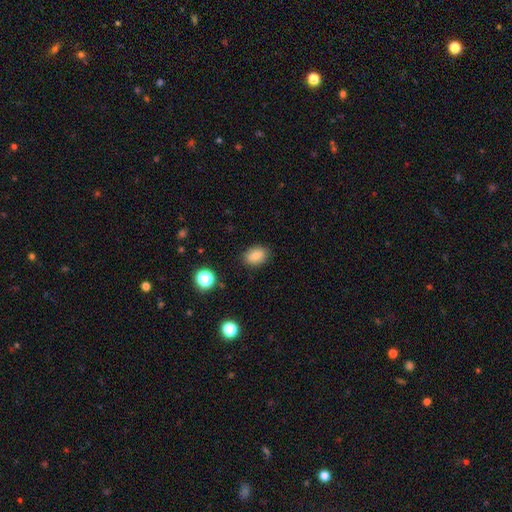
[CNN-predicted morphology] type=smooth (82%); roundness=in between (71%); merging=none (87%).